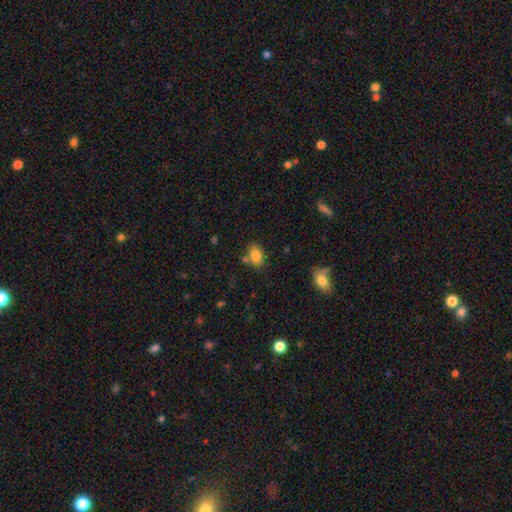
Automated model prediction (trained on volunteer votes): This appears to be a smooth galaxy with no disk features (83%) that is in between round and cigar-shaped (77%). Merging: none (69%).